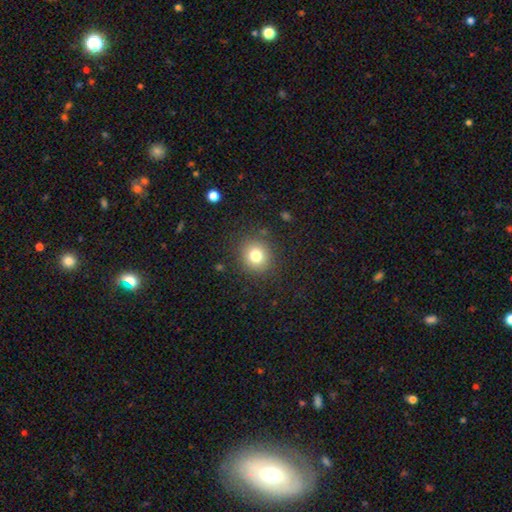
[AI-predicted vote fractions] smooth_or_featured: smooth (p=0.78) [alt: star or artifact p=0.13]
how_rounded: round (p=0.84) [alt: in between p=0.15]
merging: none (p=0.87) [alt: minor disturbance p=0.08]